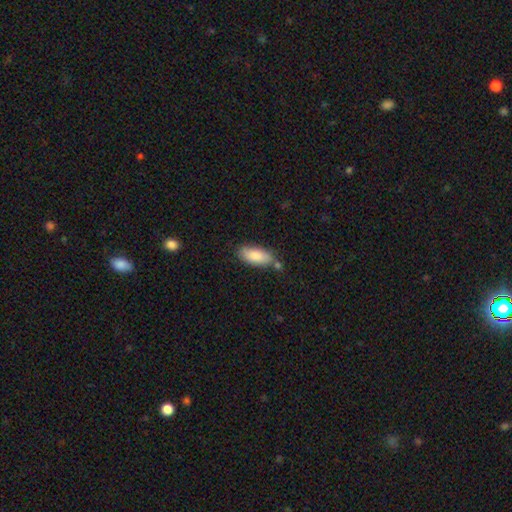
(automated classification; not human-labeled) Smooth or featured?
  - smooth: 83% *
  - featured or disk: 11%
  - star or artifact: 6%
How rounded?
  - in between: 82% *
  - cigar-shaped: 16%
  - round: 2%
Merging?
  - none: 67% *
  - minor disturbance: 19%
  - merger: 11%
  - major disturbance: 4%